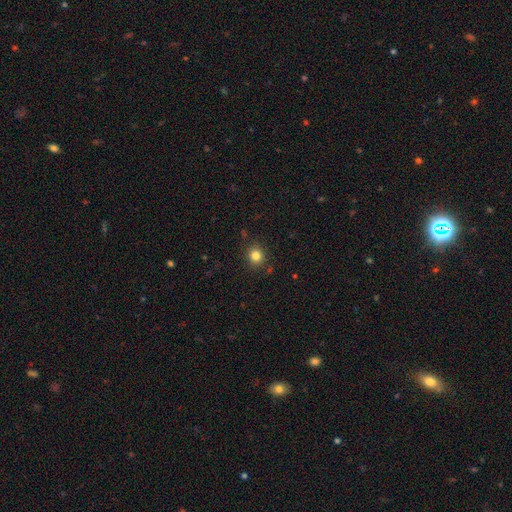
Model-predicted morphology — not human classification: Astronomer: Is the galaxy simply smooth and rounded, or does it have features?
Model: smooth — 83%.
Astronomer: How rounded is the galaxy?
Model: round — 88%.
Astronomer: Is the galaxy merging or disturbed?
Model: none — 88%.